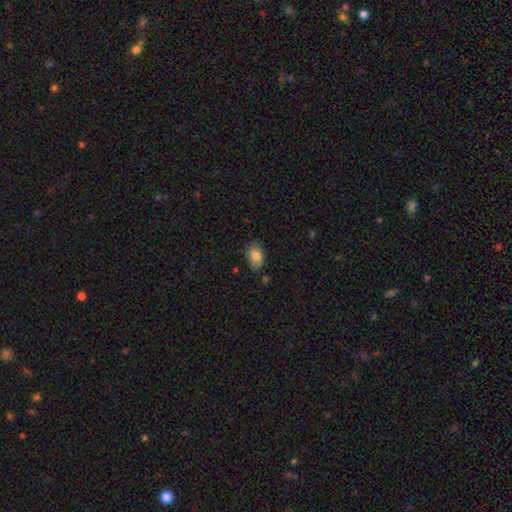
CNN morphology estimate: Smooth or featured: smooth — 83% (featured or disk — 9%)
How rounded: in between — 88% (round — 10%)
Merging: none — 80% (minor disturbance — 16%)